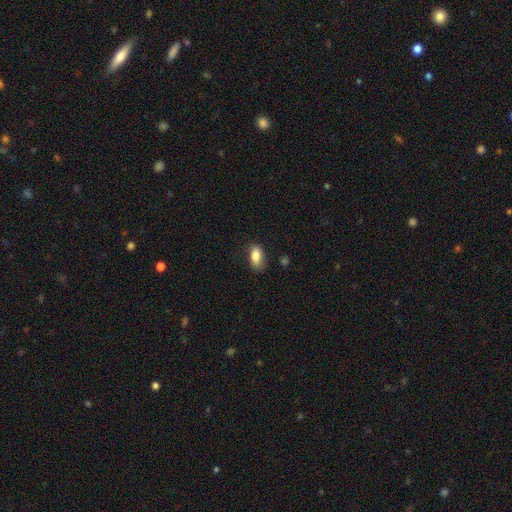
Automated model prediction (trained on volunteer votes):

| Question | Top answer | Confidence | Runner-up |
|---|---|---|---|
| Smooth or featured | smooth | 83% | featured or disk (10%) |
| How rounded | in between | 89% | cigar-shaped (6%) |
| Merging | none | 68% | minor disturbance (23%) |